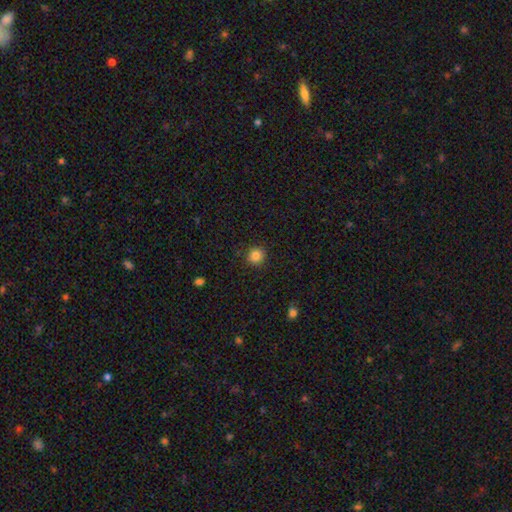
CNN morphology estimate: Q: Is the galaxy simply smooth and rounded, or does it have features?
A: smooth — 83%.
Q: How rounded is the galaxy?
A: round — 92%.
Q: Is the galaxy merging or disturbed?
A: none — 90%.